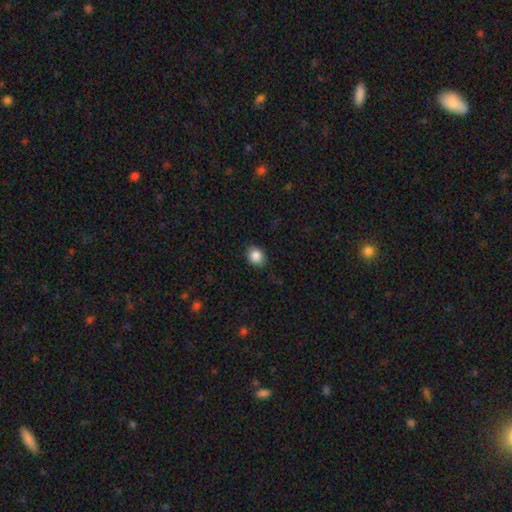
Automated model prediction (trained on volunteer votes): Smooth or featured? smooth (87%)
How rounded? round (53%)
Merging? none (84%)